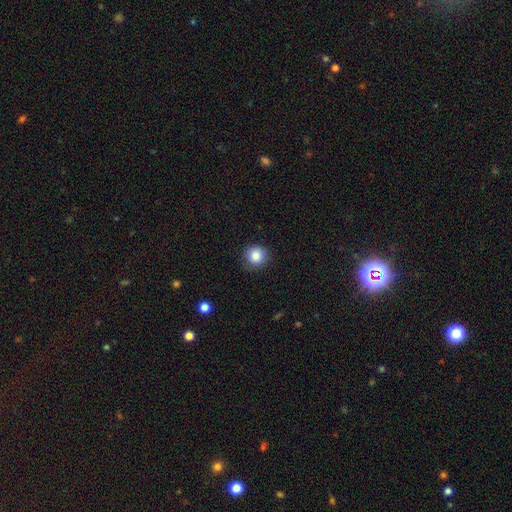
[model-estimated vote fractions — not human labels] A smooth galaxy with no disk features (84%) that is round (92%).

Vote fractions:
- Smooth or featured? smooth: 84% / star or artifact: 10% / featured or disk: 6%
- How rounded? round: 92% / in between: 7% / cigar-shaped: 1%
- Merging? none: 84% / minor disturbance: 12% / major disturbance: 3% / merger: 1%